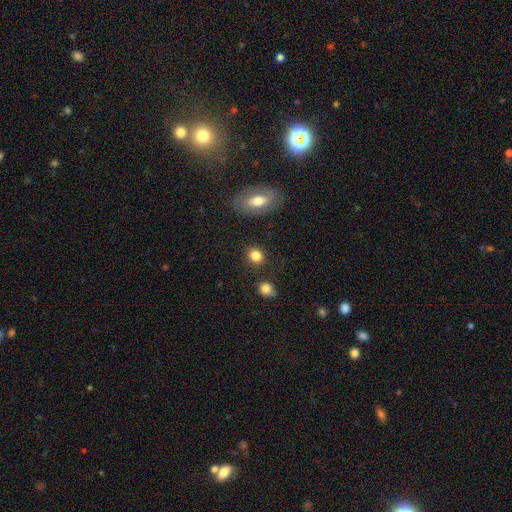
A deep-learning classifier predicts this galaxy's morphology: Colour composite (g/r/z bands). It shows a smooth galaxy with no disk features (83%) that is round (76%). Merging: none (84%).